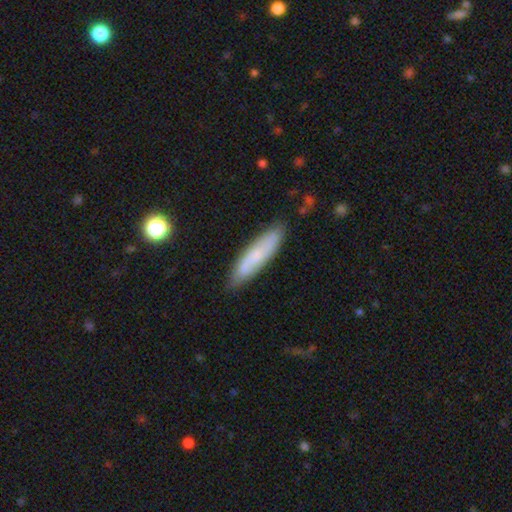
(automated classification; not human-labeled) This is likely a smooth galaxy (62%). How rounded: likely cigar-shaped (76%). Merging: clearly none (83%).